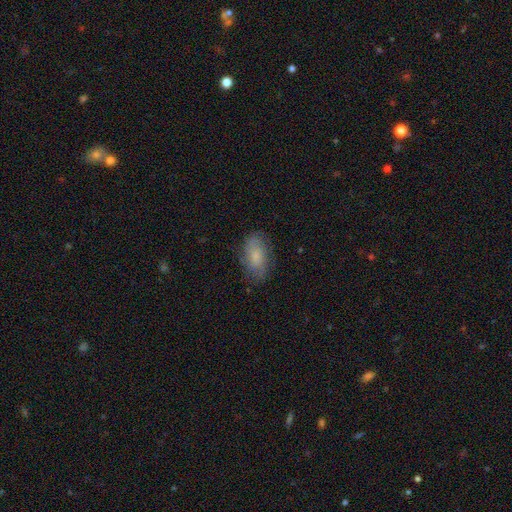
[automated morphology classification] smooth 61%, featured or disk 30%, star or artifact 8%. Down the decision tree: how rounded — in between (91%); merging — none (74%).